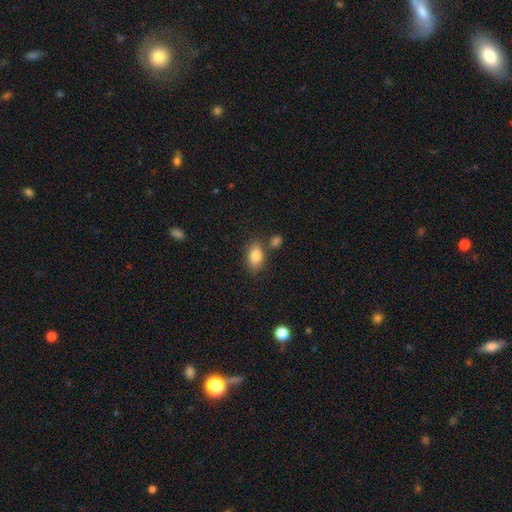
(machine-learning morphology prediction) smooth_or_featured: smooth (p=0.82) [alt: featured or disk p=0.10]
how_rounded: in between (p=0.88) [alt: round p=0.08]
merging: none (p=0.72) [alt: minor disturbance p=0.14]